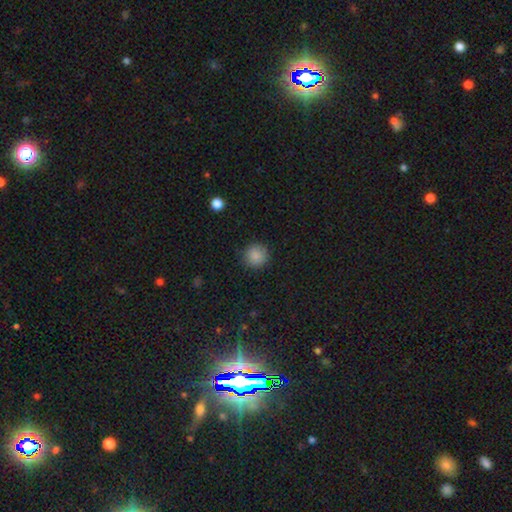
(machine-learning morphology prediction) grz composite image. It shows a smooth galaxy with no disk features (87%) that is round (94%). Merging: none (89%).